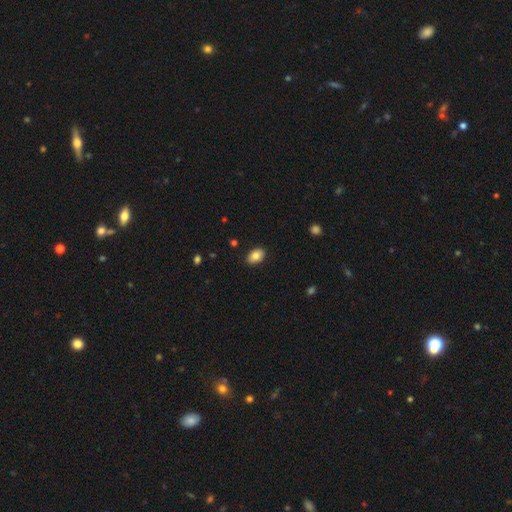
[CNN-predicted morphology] A smooth galaxy with no disk features (85%) that is in between round and cigar-shaped (88%).

Vote fractions:
- Smooth or featured? smooth: 85% / featured or disk: 8% / star or artifact: 8%
- How rounded? in between: 88% / round: 11% / cigar-shaped: 1%
- Merging? none: 88% / minor disturbance: 9% / major disturbance: 2% / merger: 1%